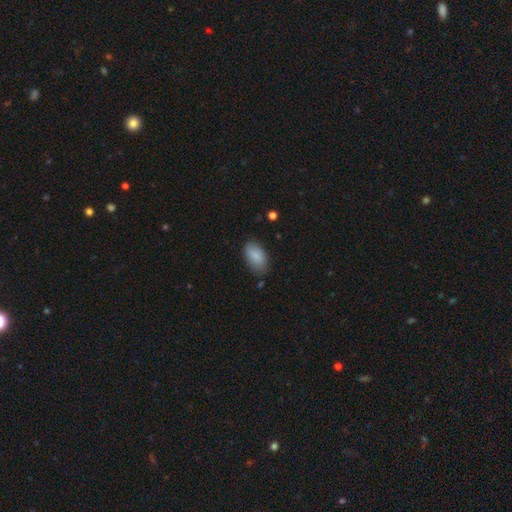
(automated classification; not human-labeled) Smooth or featured? smooth (88%)
How rounded? in between (94%)
Merging? none (78%)